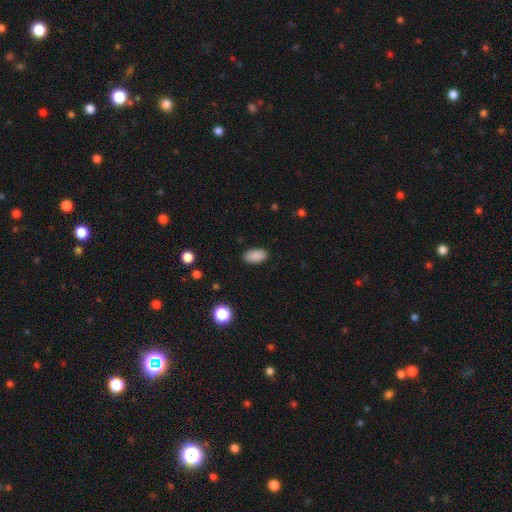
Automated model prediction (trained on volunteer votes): A smooth galaxy with no disk features (88%) that is in between round and cigar-shaped (94%).

Vote fractions:
- Smooth or featured? smooth: 88% / star or artifact: 9% / featured or disk: 3%
- How rounded? in between: 94% / round: 4% / cigar-shaped: 2%
- Merging? none: 87% / minor disturbance: 10% / major disturbance: 2% / merger: 1%